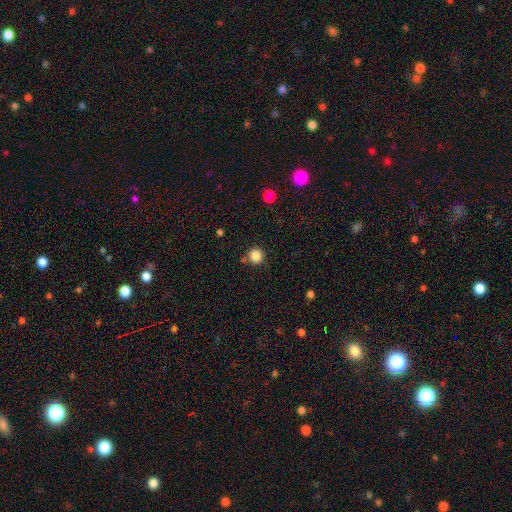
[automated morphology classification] Smooth or featured: smooth — 85% (star or artifact — 11%)
How rounded: round — 94% (in between — 5%)
Merging: none — 82% (minor disturbance — 9%)